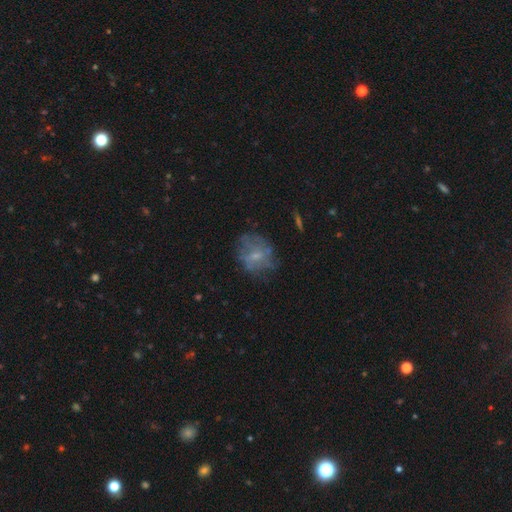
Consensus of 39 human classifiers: This is possibly a featured or disk galaxy (59%). It is clearly not viewed edge-on (91%). Bar: possibly no (57%). Spiral arm pattern: likely no (62%). Central bulge: likely small (71%). Merging: marginally none (42%).